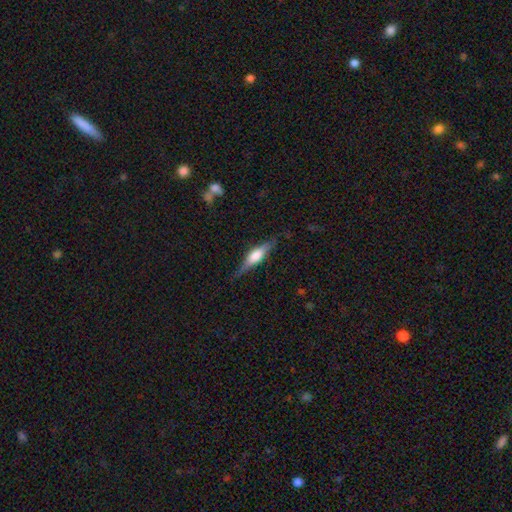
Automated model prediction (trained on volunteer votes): Smooth or featured? featured or disk (56%)
Edge-on disk? yes (94%)
Edge-on bulge? rounded (70%)
Merging? none (79%)